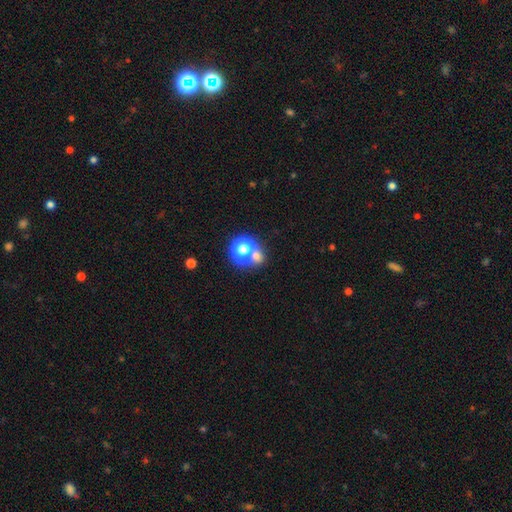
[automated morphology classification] Smooth or featured?
  - smooth: 59% *
  - star or artifact: 31%
  - featured or disk: 9%
How rounded?
  - round: 79% *
  - in between: 20%
  - cigar-shaped: 1%
Merging?
  - none: 54% *
  - merger: 32%
  - minor disturbance: 9%
  - major disturbance: 5%